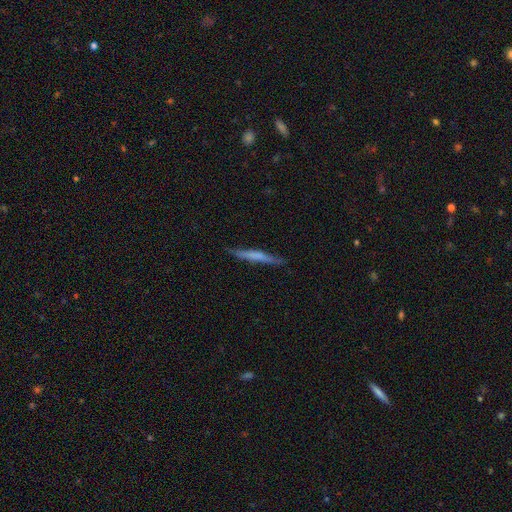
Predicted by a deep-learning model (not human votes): A smooth galaxy with no disk features (49%). Merging: none (84%).